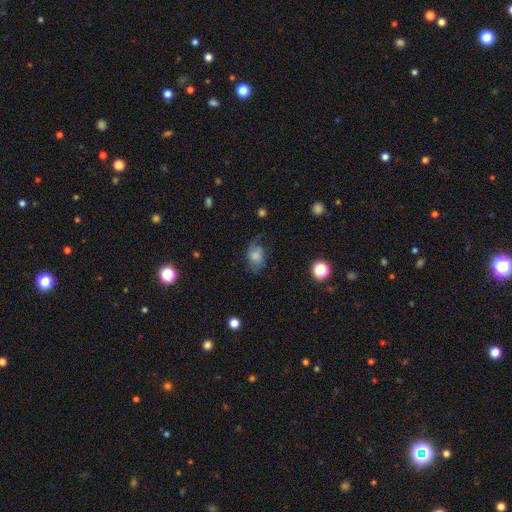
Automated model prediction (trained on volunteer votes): The model was most divided on "merging": none: 54%, minor disturbance: 28%, major disturbance: 15%, merger: 2%. More confident: how rounded — in between (72%); smooth or featured — smooth (70%).